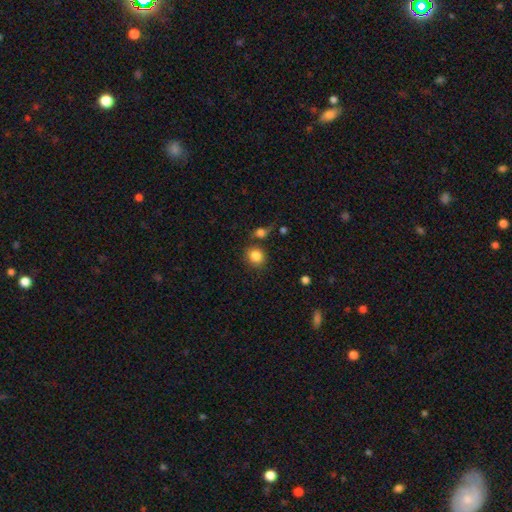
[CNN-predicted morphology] Smooth or featured? smooth (85%)
How rounded? round (83%)
Merging? none (74%)